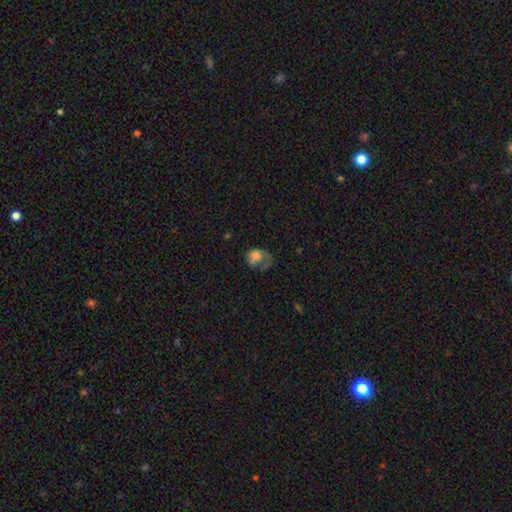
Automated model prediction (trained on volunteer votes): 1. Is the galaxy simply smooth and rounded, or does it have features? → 59% smooth, 30% featured or disk, 11% star or artifact.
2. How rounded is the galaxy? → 55% in between, 44% round, 1% cigar-shaped.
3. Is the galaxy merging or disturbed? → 50% major disturbance, 24% none, 22% minor disturbance, 4% merger.